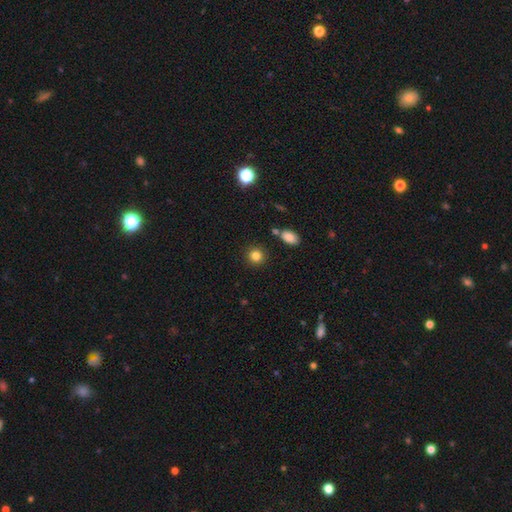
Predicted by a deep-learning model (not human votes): smooth 83%, star or artifact 11%, featured or disk 6%. Down the decision tree: how rounded — round (89%); merging — none (88%).